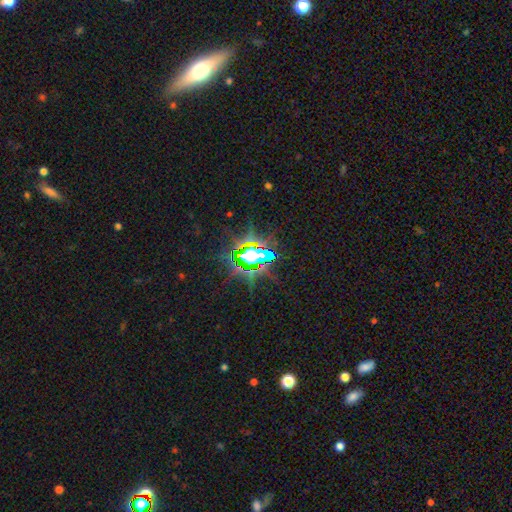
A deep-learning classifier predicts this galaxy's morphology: This is likely a star or artifact rather than a galaxy (74%).